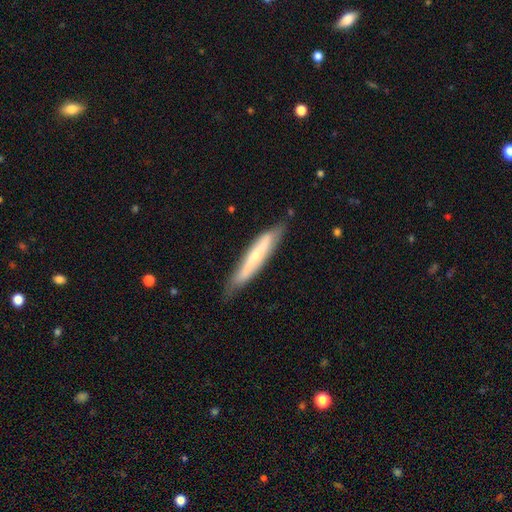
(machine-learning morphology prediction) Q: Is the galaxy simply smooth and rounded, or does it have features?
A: featured or disk — 54%.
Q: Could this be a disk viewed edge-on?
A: yes — 75%.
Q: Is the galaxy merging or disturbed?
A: none — 77%.